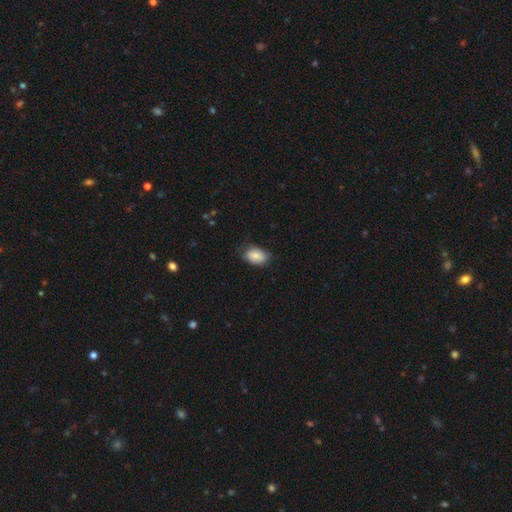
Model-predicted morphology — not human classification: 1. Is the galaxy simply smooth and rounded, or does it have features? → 81% smooth, 12% featured or disk, 7% star or artifact.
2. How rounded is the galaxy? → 84% in between, 15% round, 1% cigar-shaped.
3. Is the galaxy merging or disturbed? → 69% none, 24% minor disturbance, 5% major disturbance, 1% merger.